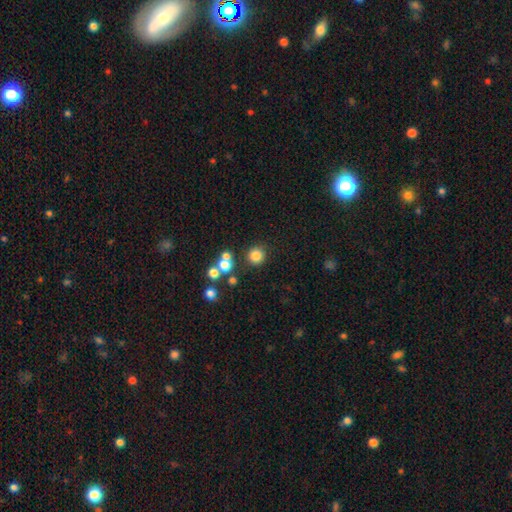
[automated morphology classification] Smooth or featured?
  - smooth: 80% *
  - star or artifact: 14%
  - featured or disk: 6%
How rounded?
  - round: 93% *
  - in between: 6%
  - cigar-shaped: 1%
Merging?
  - none: 81% *
  - merger: 8%
  - minor disturbance: 7%
  - major disturbance: 4%